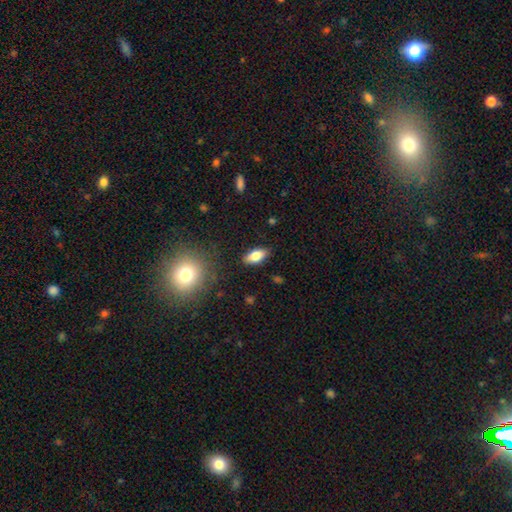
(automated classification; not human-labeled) Q: Smooth or featured?
A: smooth (78%); runner-up: featured or disk (14%)
Q: How rounded?
A: in between (87%); runner-up: cigar-shaped (9%)
Q: Merging?
A: none (86%); runner-up: minor disturbance (11%)